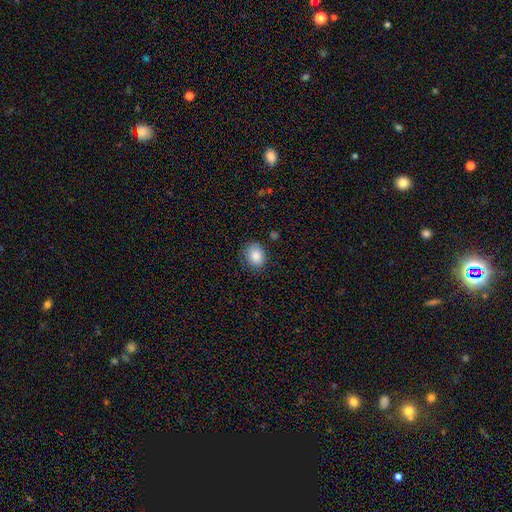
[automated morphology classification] type=smooth (85%); roundness=round (51%); merging=none (80%).